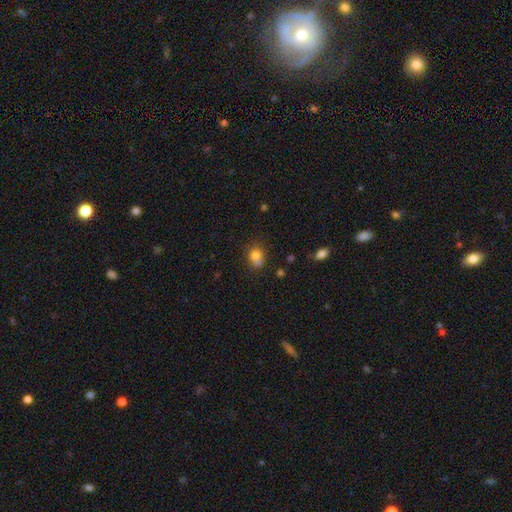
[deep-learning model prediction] Overall: smooth (77%). How rounded: round (59%; in between 40%). Merging: none (45%; merger 29%).